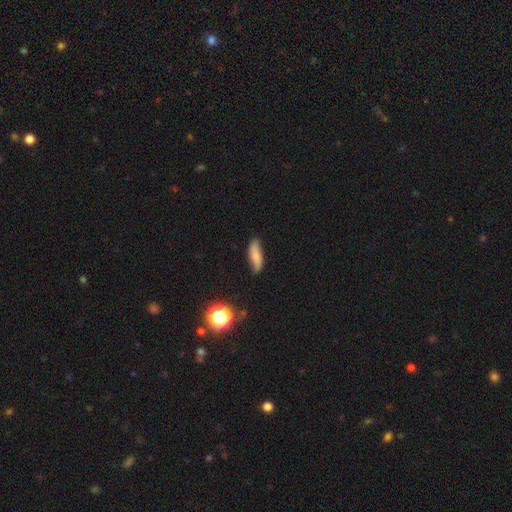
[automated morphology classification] Overall: smooth (71%). How rounded: cigar-shaped (51%; in between 46%). Merging: none (70%).